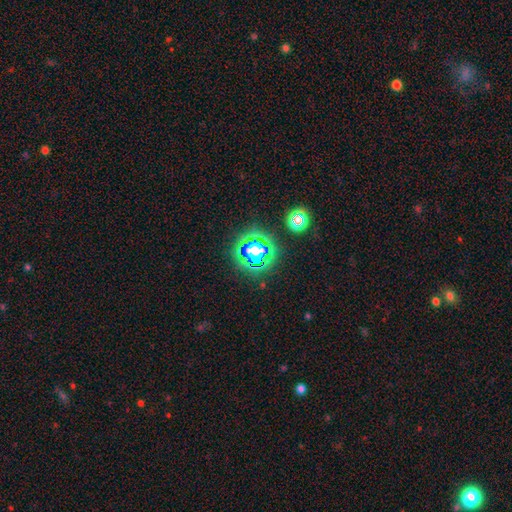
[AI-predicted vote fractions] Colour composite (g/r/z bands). It shows a star or artifact, not a galaxy (70%).